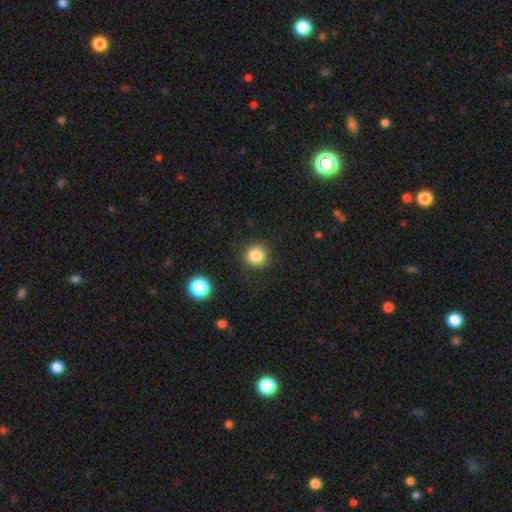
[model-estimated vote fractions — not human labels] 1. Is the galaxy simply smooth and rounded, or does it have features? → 85% smooth, 11% star or artifact, 5% featured or disk.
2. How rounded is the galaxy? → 94% round, 5% in between, 1% cigar-shaped.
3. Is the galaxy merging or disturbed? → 89% none, 7% minor disturbance, 3% major disturbance, 1% merger.